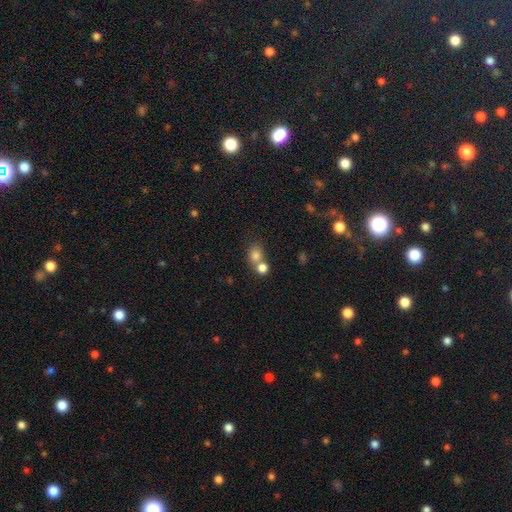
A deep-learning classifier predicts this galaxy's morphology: smooth 78%, star or artifact 12%, featured or disk 10%. Down the decision tree: how rounded — round (63%); merging — merger (48%).